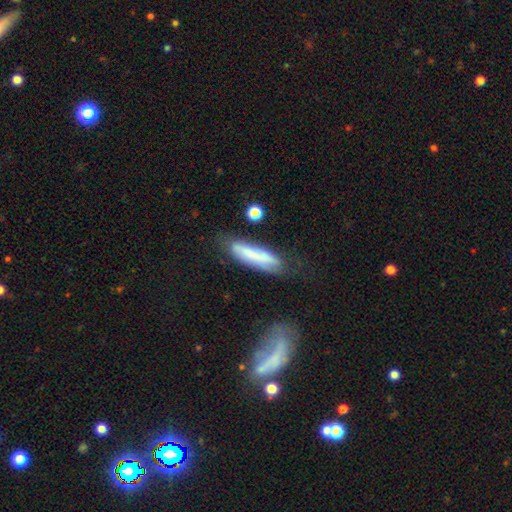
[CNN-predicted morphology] Smooth or featured? Predicted: smooth (p=0.62). How rounded? Predicted: cigar-shaped (p=0.75). Merging? Predicted: none (p=0.63).